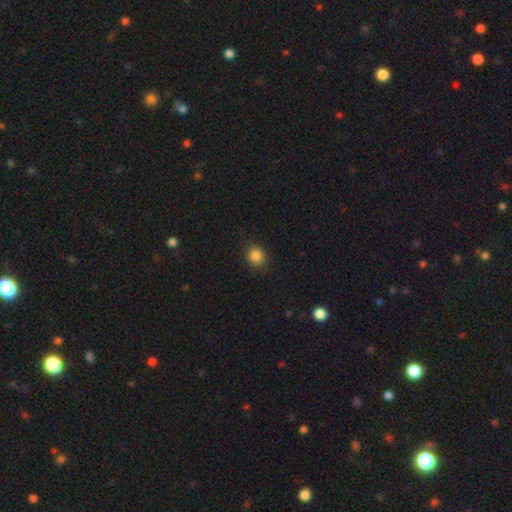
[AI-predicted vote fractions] Overall: smooth (85%). How rounded: round (84%). Merging: none (87%).